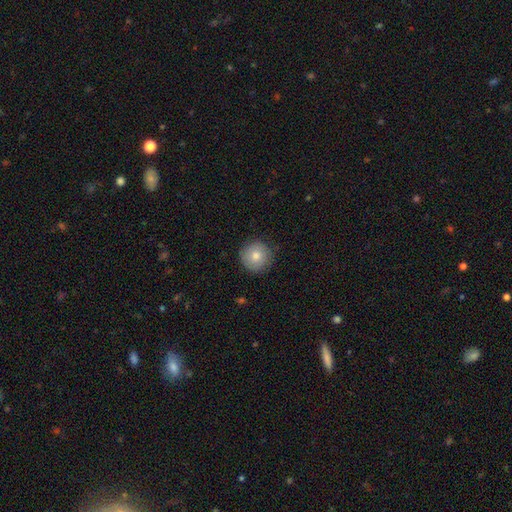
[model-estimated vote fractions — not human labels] Q: Smooth or featured?
A: smooth (74%); runner-up: featured or disk (17%)
Q: How rounded?
A: round (95%); runner-up: in between (4%)
Q: Merging?
A: none (87%); runner-up: minor disturbance (10%)